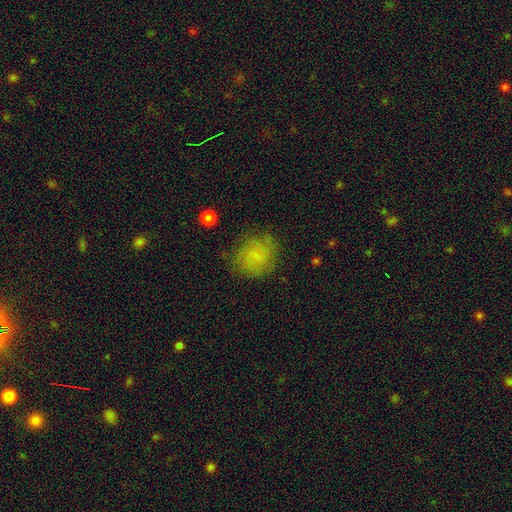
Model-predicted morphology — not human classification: Smooth or featured? smooth (72%)
How rounded? round (75%)
Merging? none (75%)